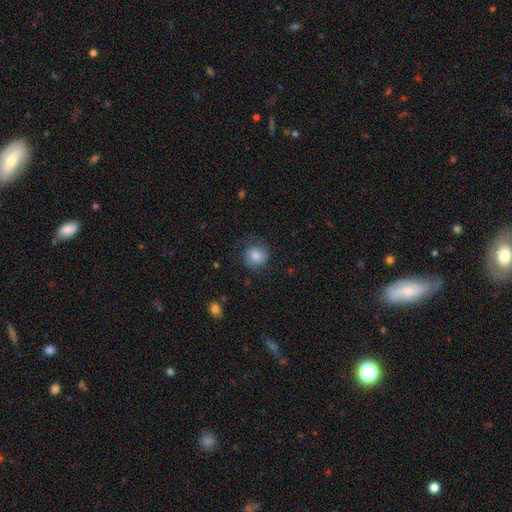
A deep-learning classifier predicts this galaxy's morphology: smooth-or-featured: smooth: 59% | featured or disk: 32% | star or artifact: 9%
  how-rounded: round: 78% | in between: 21% | cigar-shaped: 1%
  merging: none: 67% | minor disturbance: 20% | major disturbance: 12% | merger: 1%